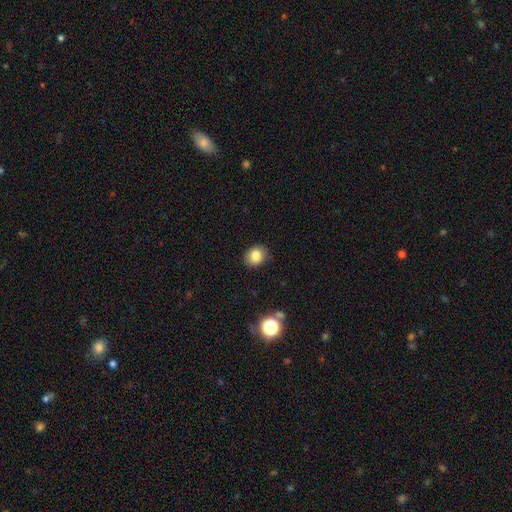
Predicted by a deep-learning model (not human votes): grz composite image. It shows a smooth galaxy with no disk features (83%) that is round (52%). Merging: none (85%).